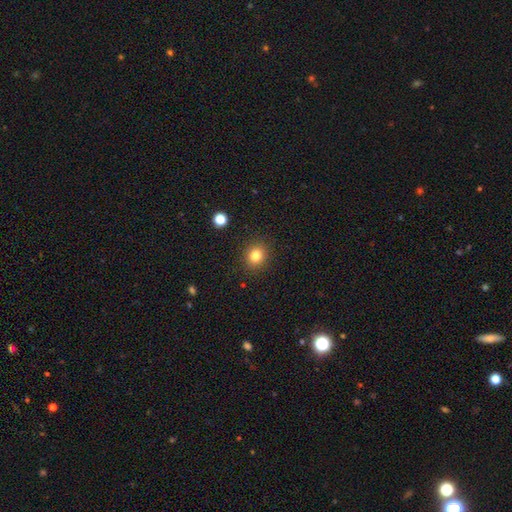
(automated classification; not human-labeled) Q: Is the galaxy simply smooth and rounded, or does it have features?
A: smooth — 81%.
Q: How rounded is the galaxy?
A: round — 78%.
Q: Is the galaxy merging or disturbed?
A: none — 90%.